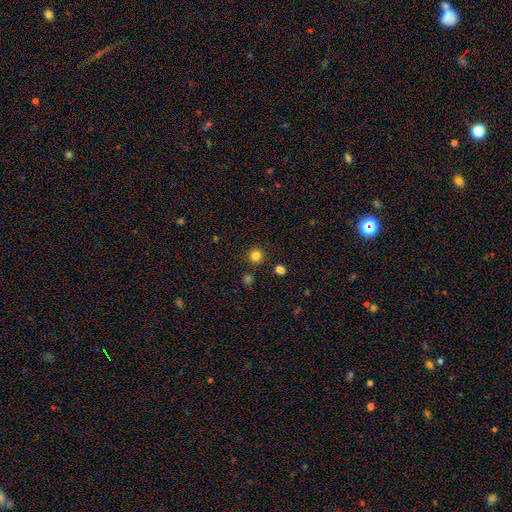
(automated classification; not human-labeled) Smooth or featured: smooth — 82% (star or artifact — 13%)
How rounded: round — 93% (in between — 6%)
Merging: none — 89% (minor disturbance — 6%)